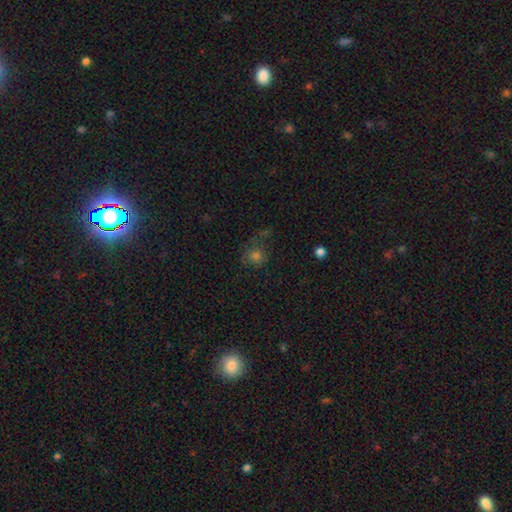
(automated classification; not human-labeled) smooth-or-featured: smooth: 69% | star or artifact: 20% | featured or disk: 11%
  how-rounded: round: 84% | in between: 15% | cigar-shaped: 1%
  merging: none: 61% | minor disturbance: 21% | major disturbance: 13% | merger: 6%